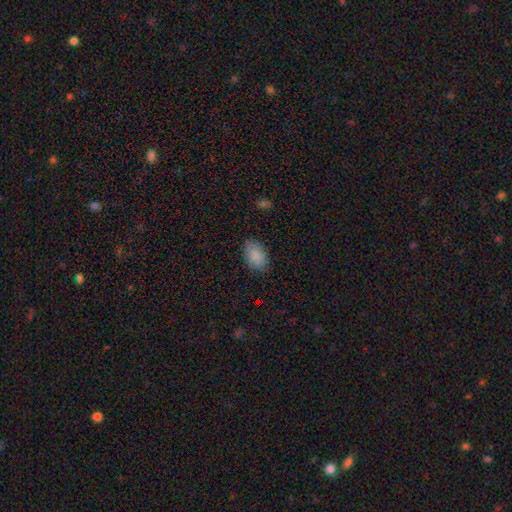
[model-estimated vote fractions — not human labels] smooth-or-featured: smooth: 87% | star or artifact: 8% | featured or disk: 5%
  how-rounded: in between: 89% | round: 10% | cigar-shaped: 1%
  merging: none: 83% | minor disturbance: 13% | major disturbance: 3% | merger: 1%